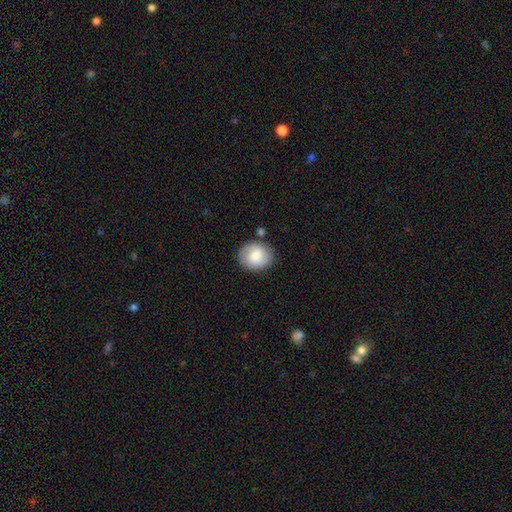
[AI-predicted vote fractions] A smooth galaxy with no disk features (75%) that is round (69%).

Vote fractions:
- Smooth or featured? smooth: 75% / featured or disk: 18% / star or artifact: 7%
- How rounded? round: 69% / in between: 30% / cigar-shaped: 1%
- Merging? none: 79% / minor disturbance: 13% / merger: 5% / major disturbance: 3%